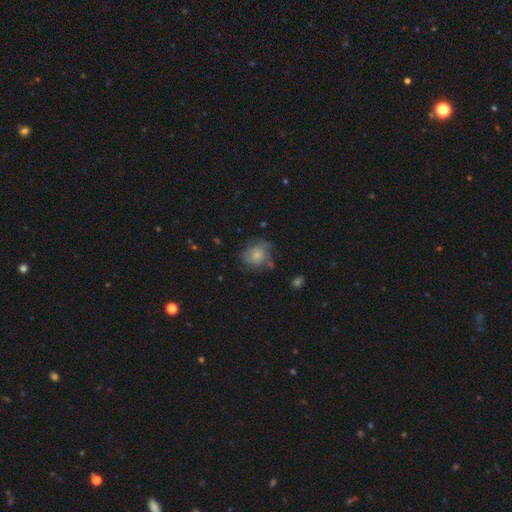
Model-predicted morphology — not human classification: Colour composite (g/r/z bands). It shows a smooth galaxy with no disk features (56%) that is round (65%). Merging: none (55%).